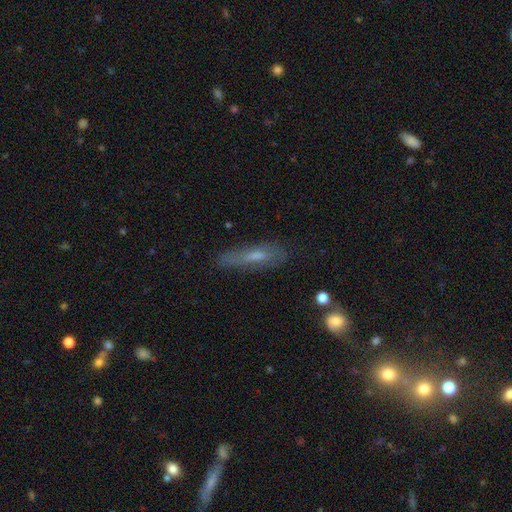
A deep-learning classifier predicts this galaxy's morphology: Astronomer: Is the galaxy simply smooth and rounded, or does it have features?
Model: smooth — 43%, tied with featured or disk at 43%.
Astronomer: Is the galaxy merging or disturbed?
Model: none — 70%.